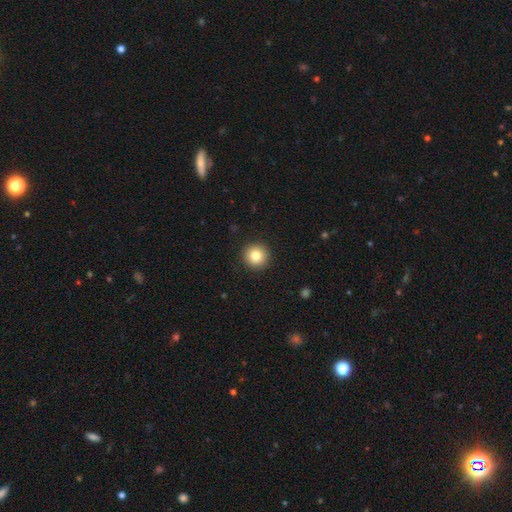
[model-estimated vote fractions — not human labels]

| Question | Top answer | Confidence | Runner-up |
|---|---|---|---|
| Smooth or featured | smooth | 83% | star or artifact (10%) |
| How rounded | round | 95% | in between (4%) |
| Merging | none | 93% | minor disturbance (5%) |